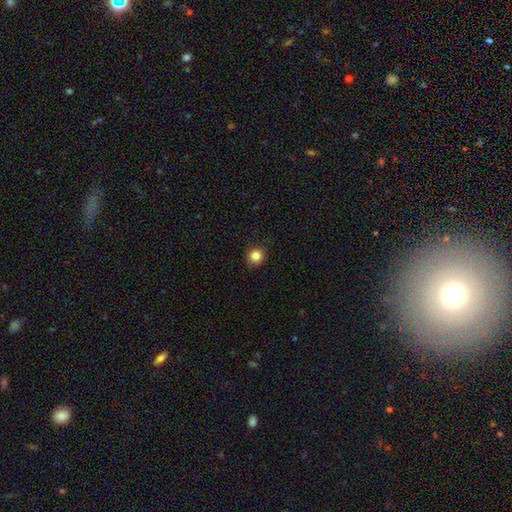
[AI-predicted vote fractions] A smooth galaxy with no disk features (84%) that is round (91%). Merging: none (90%).